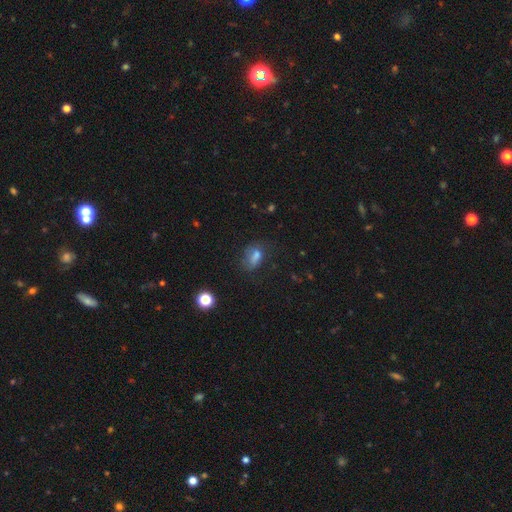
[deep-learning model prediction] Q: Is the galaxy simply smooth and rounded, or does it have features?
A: smooth — 66%.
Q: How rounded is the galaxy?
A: in between — 77%.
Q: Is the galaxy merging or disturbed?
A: none — 49%.